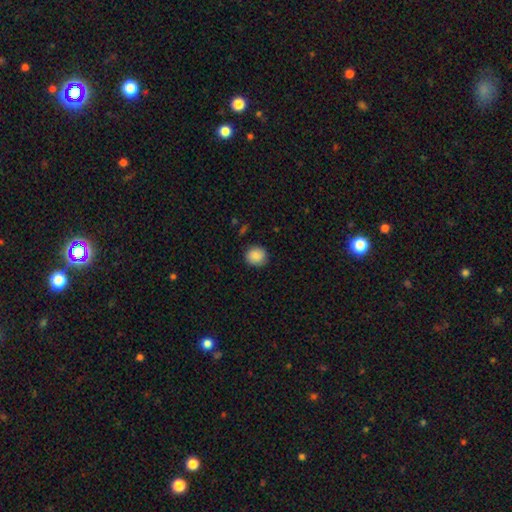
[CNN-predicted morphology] Q: Smooth or featured?
A: smooth (87%); runner-up: star or artifact (8%)
Q: How rounded?
A: round (87%); runner-up: in between (12%)
Q: Merging?
A: none (87%); runner-up: minor disturbance (9%)